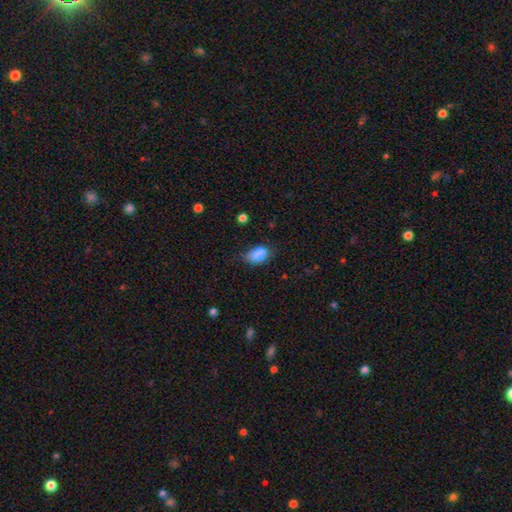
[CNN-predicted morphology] Q: Smooth or featured?
A: smooth (85%); runner-up: star or artifact (8%)
Q: How rounded?
A: in between (87%); runner-up: round (12%)
Q: Merging?
A: none (52%); runner-up: minor disturbance (36%)